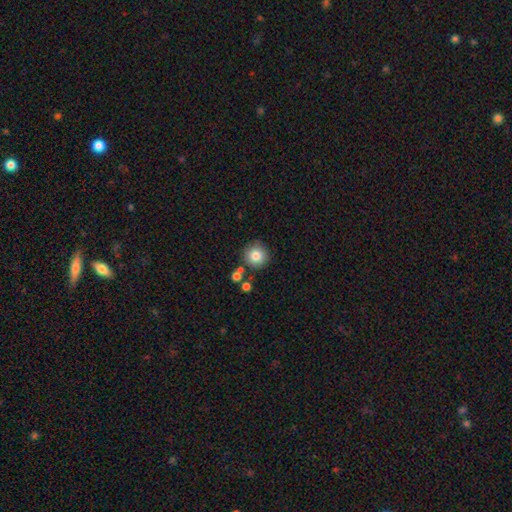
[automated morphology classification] This is clearly a smooth galaxy (82%). How rounded: clearly round (95%). Merging: clearly none (81%).